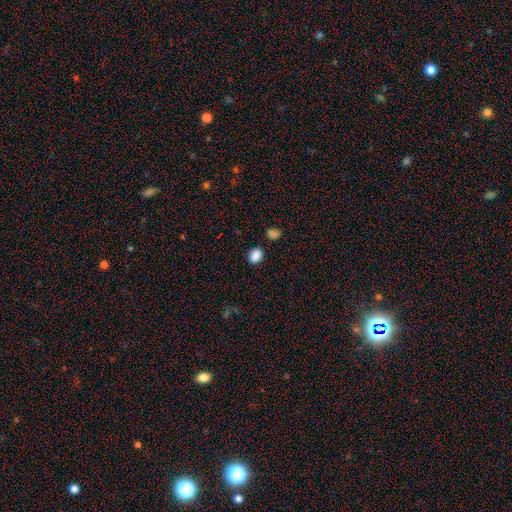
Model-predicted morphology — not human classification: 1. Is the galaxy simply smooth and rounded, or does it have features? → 86% smooth, 11% star or artifact, 3% featured or disk.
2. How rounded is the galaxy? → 55% in between, 44% round, 1% cigar-shaped.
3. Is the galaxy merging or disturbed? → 84% none, 10% minor disturbance, 4% merger, 3% major disturbance.